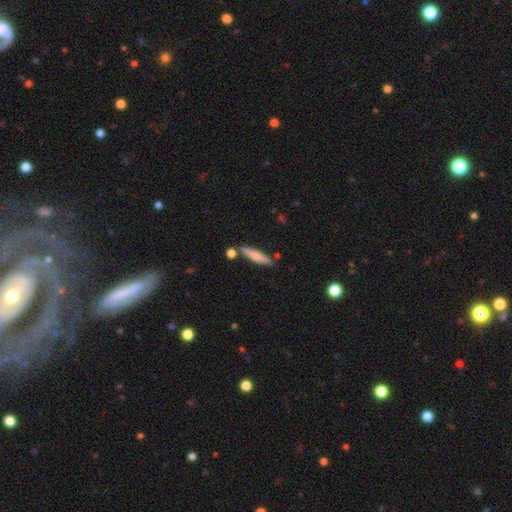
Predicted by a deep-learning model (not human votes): Morphology: type=smooth (68%); roundness=cigar-shaped (87%); merging=none (79%).